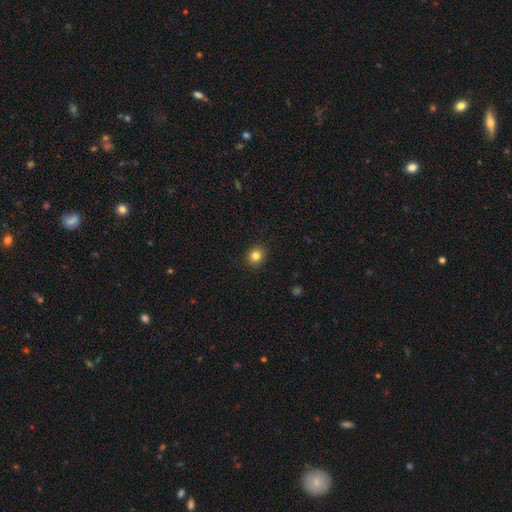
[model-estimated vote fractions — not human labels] Smooth or featured: smooth — 83% (star or artifact — 12%)
How rounded: round — 80% (in between — 19%)
Merging: none — 91% (minor disturbance — 6%)